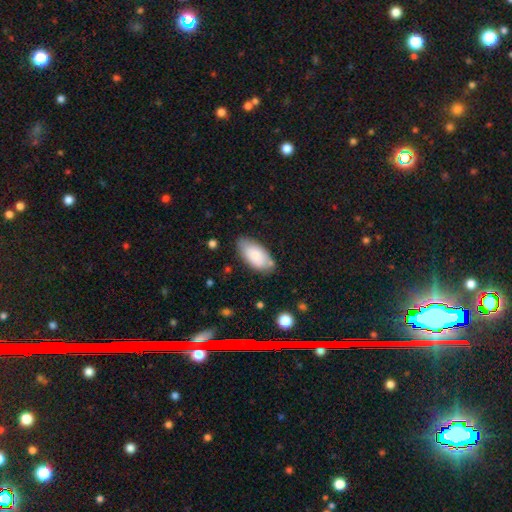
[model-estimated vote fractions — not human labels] A smooth galaxy with no disk features (84%) that is in between round and cigar-shaped (94%).

Vote fractions:
- Smooth or featured? smooth: 84% / featured or disk: 10% / star or artifact: 6%
- How rounded? in between: 94% / cigar-shaped: 4% / round: 2%
- Merging? none: 74% / minor disturbance: 18% / major disturbance: 4% / merger: 4%